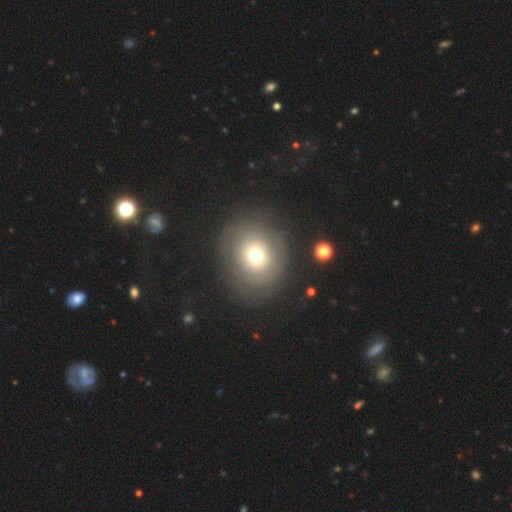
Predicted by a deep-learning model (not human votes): This appears to be a smooth galaxy with no disk features (64%) that is round (74%). Merging: none (76%).